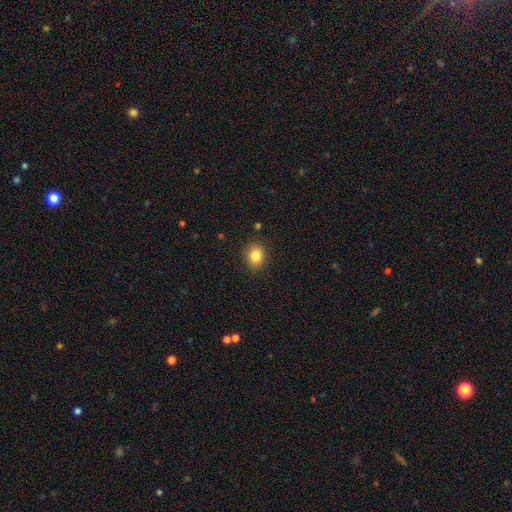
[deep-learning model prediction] Overall: smooth (84%). How rounded: round (54%; in between 45%). Merging: none (88%).